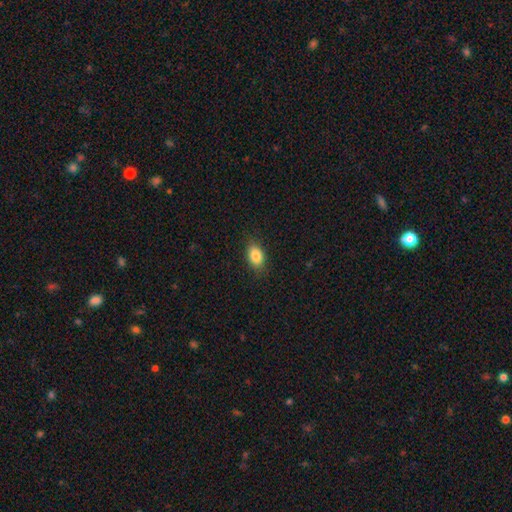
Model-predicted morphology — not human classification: A smooth galaxy with no disk features (85%) that is in between round and cigar-shaped (85%).

Vote fractions:
- Smooth or featured? smooth: 85% / star or artifact: 8% / featured or disk: 6%
- How rounded? in between: 85% / round: 13% / cigar-shaped: 2%
- Merging? none: 85% / minor disturbance: 12% / major disturbance: 3% / merger: 1%